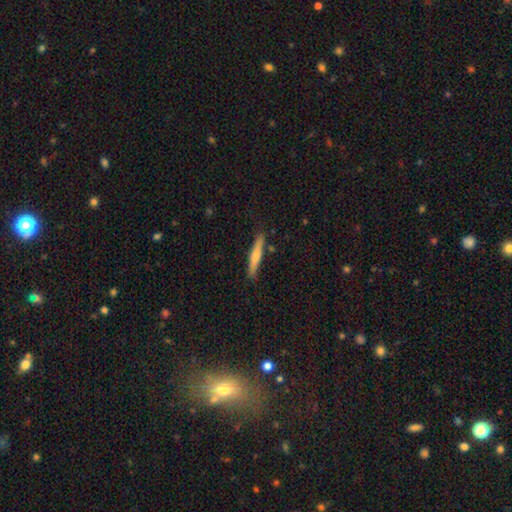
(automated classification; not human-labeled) Overall: smooth (59%; featured or disk 35%). How rounded: cigar-shaped (90%). Merging: none (83%).